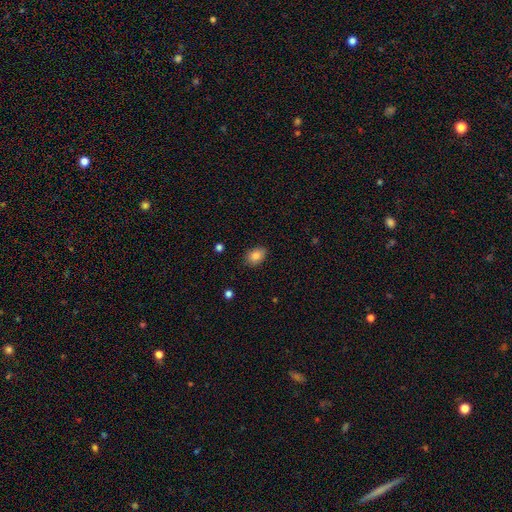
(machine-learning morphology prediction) type=smooth (84%); roundness=in between (73%); merging=none (83%).